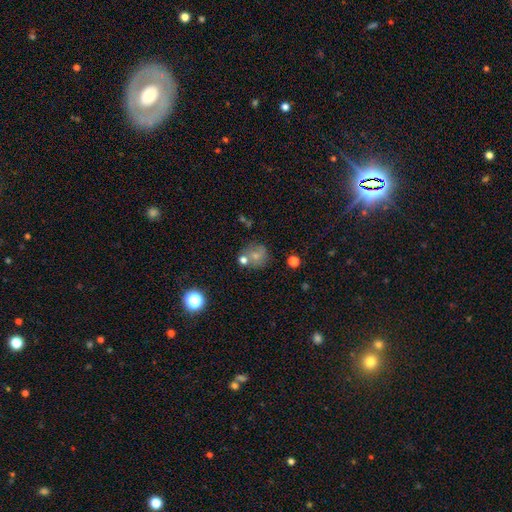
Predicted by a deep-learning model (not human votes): smooth-or-featured: smooth: 66% | featured or disk: 20% | star or artifact: 14%
  how-rounded: round: 82% | in between: 17% | cigar-shaped: 1%
  merging: none: 56% | merger: 23% | minor disturbance: 15% | major disturbance: 6%